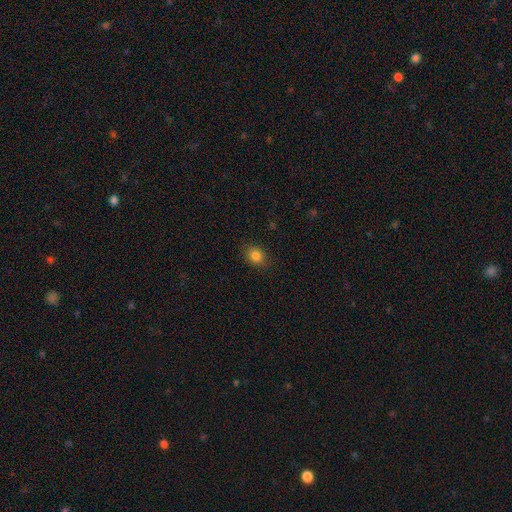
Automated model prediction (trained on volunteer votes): This is clearly a smooth galaxy (82%). How rounded: possibly round (54%). Merging: clearly none (86%).